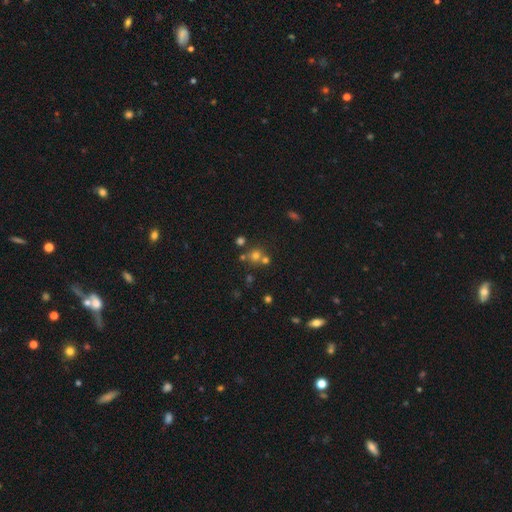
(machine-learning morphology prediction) Smooth or featured? smooth (61%)
How rounded? round (87%)
Merging? none (57%)